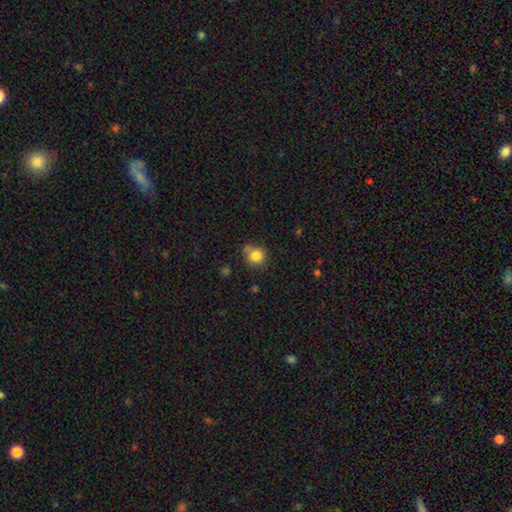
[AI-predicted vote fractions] The model was most divided on "merging": none: 68%, minor disturbance: 17%, merger: 10%, major disturbance: 4%. More confident: how rounded — round (88%); smooth or featured — smooth (83%).